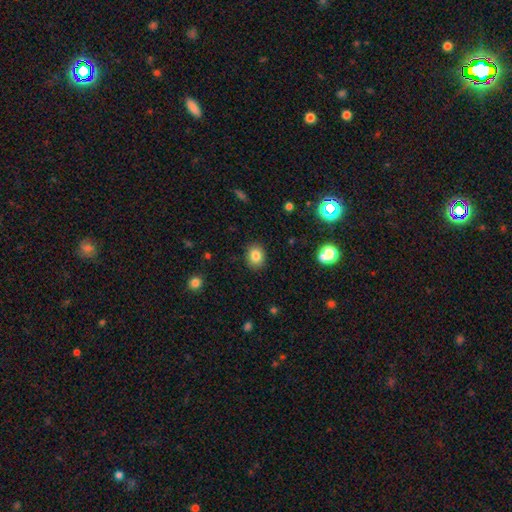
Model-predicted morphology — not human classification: The model was most divided on "how rounded": round: 55%, in between: 44%, cigar-shaped: 1%. More confident: merging — none (89%); smooth or featured — smooth (82%).